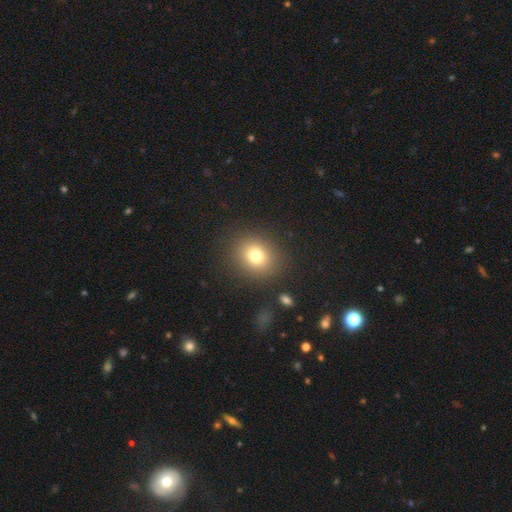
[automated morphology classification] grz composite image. It shows a smooth galaxy with no disk features (76%) that is round (71%). Merging: none (86%).